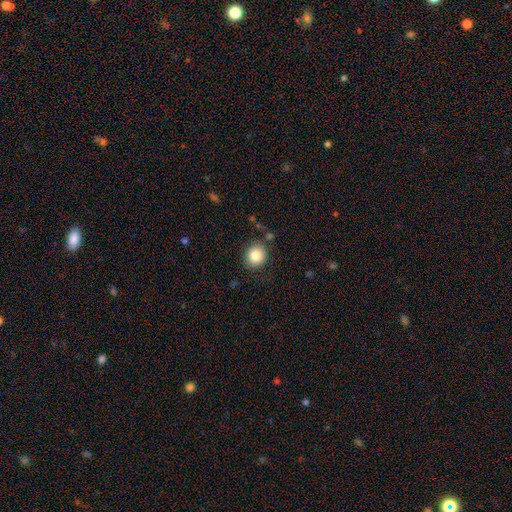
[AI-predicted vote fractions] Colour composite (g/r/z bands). It shows a smooth galaxy with no disk features (84%) that is round (81%). Merging: none (86%).